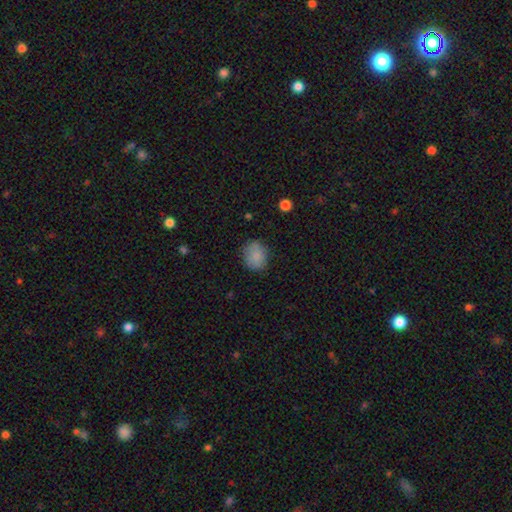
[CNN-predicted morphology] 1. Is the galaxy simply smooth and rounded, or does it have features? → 85% smooth, 9% star or artifact, 6% featured or disk.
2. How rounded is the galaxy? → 61% round, 38% in between, 1% cigar-shaped.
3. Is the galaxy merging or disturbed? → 80% none, 15% minor disturbance, 4% major disturbance, 1% merger.